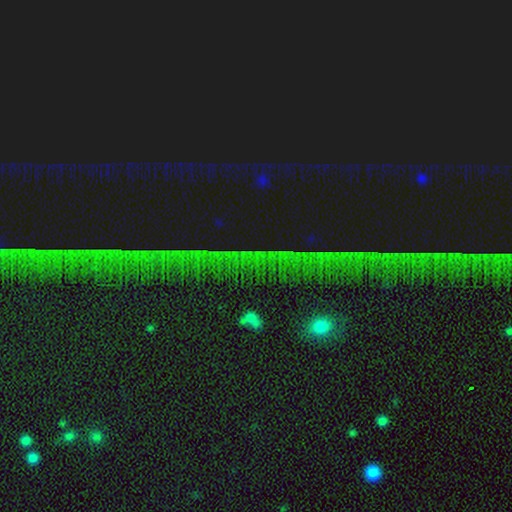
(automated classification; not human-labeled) Overall: star or artifact (86%).